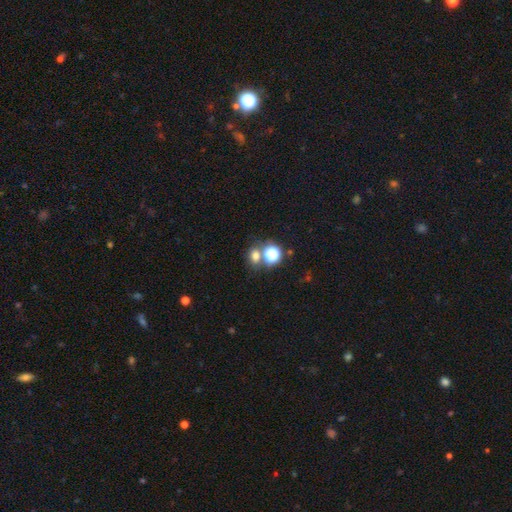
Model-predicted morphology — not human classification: A smooth galaxy with no disk features (66%) that is round (60%). Merging: none (61%).